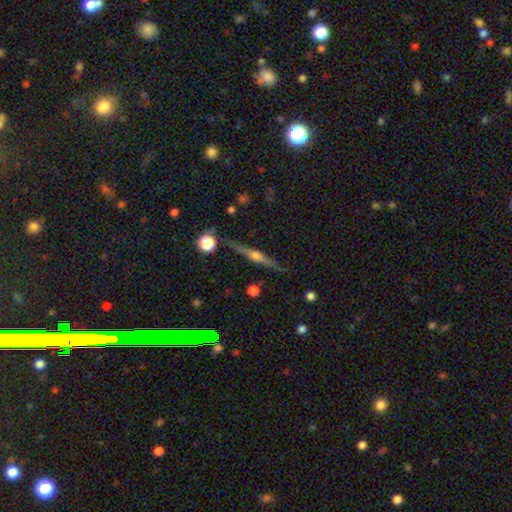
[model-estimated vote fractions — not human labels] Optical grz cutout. It shows a featured or disk galaxy (77%) viewed edge-on (98%) with a rounded central bulge (92%). Merging: none (87%).